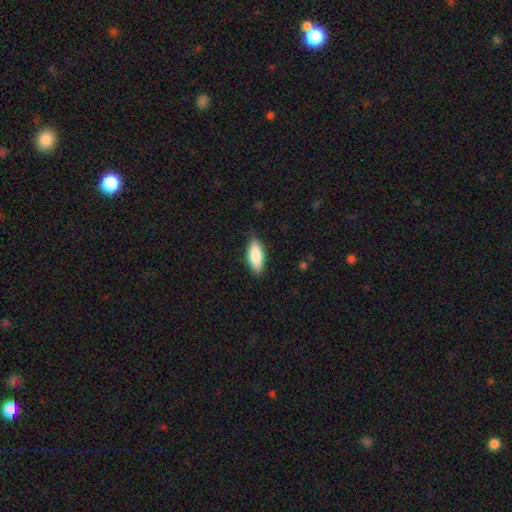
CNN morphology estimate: smooth-or-featured: smooth: 84% | featured or disk: 10% | star or artifact: 6%
  how-rounded: in between: 79% | cigar-shaped: 19% | round: 2%
  merging: none: 81% | minor disturbance: 15% | major disturbance: 3% | merger: 1%